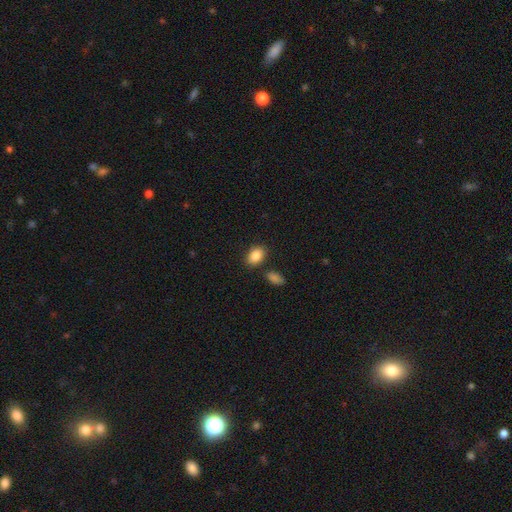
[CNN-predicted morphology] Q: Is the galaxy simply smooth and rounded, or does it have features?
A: smooth — 87%.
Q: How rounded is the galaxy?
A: in between — 80%.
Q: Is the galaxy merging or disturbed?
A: none — 81%.